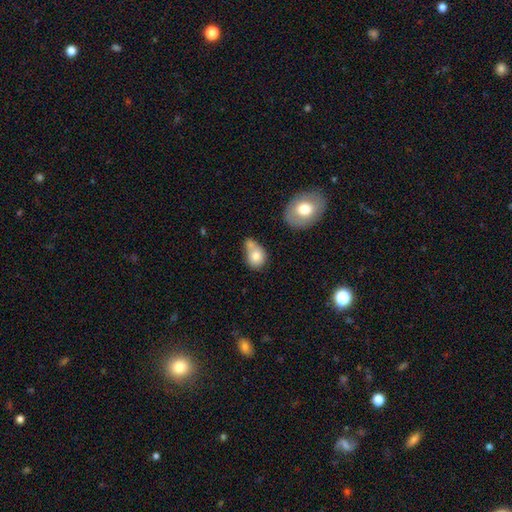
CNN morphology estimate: type=smooth (75%); roundness=in between (50%); merging=merger (45%).